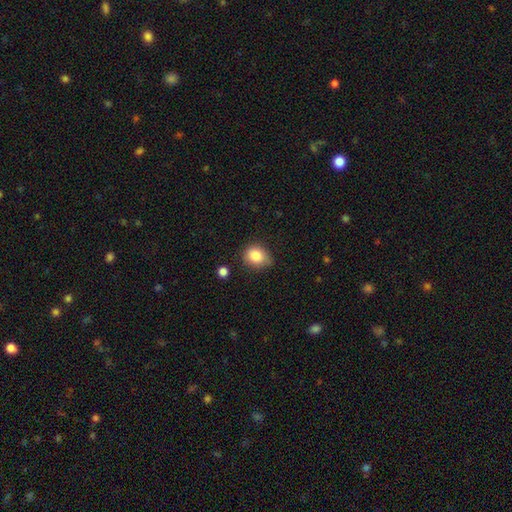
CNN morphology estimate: Smooth or featured? smooth (84%)
How rounded? round (61%)
Merging? none (63%)